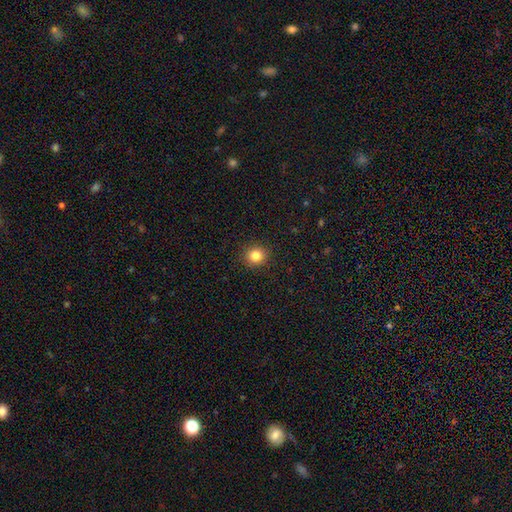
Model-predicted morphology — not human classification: smooth_or_featured: smooth (p=0.83) [alt: star or artifact p=0.12]
how_rounded: round (p=0.89) [alt: in between p=0.10]
merging: none (p=0.91) [alt: minor disturbance p=0.06]